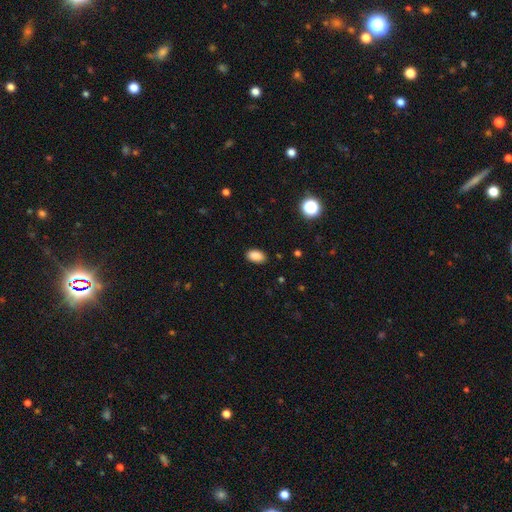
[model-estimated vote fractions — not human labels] Smooth or featured? Predicted: smooth (p=0.87). How rounded? Predicted: in between (p=0.91). Merging? Predicted: none (p=0.88).